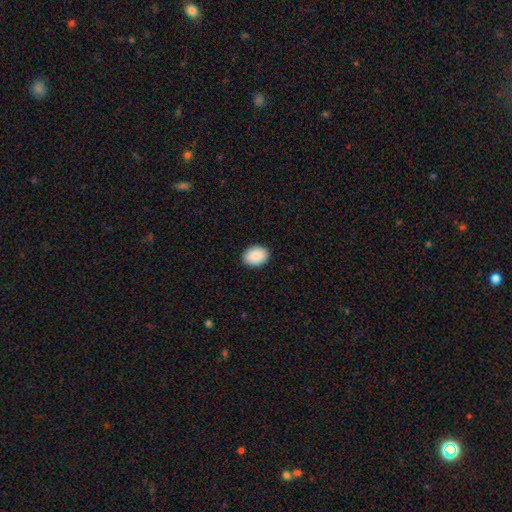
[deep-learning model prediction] The model was most divided on "how rounded": in between: 77%, round: 22%, cigar-shaped: 1%. More confident: smooth or featured — smooth (91%); merging — none (91%).